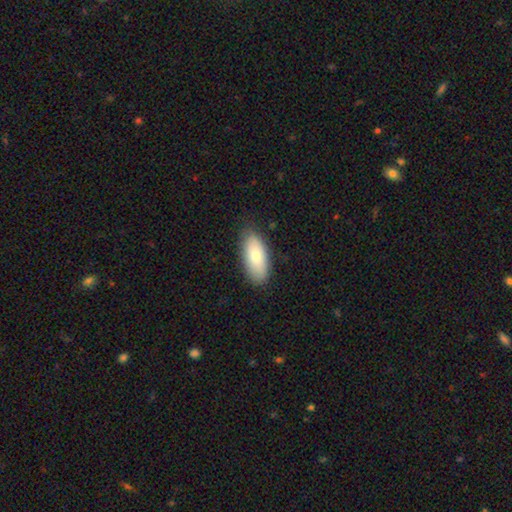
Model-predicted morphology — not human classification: smooth 78%, featured or disk 16%, star or artifact 6%. Down the decision tree: how rounded — in between (88%); merging — none (83%).